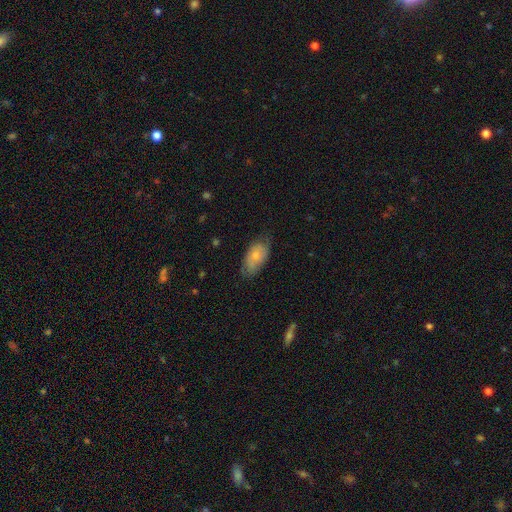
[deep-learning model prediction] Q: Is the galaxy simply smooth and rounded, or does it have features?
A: smooth — 70%.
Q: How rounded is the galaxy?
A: in between — 93%.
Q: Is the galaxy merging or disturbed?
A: none — 61%.